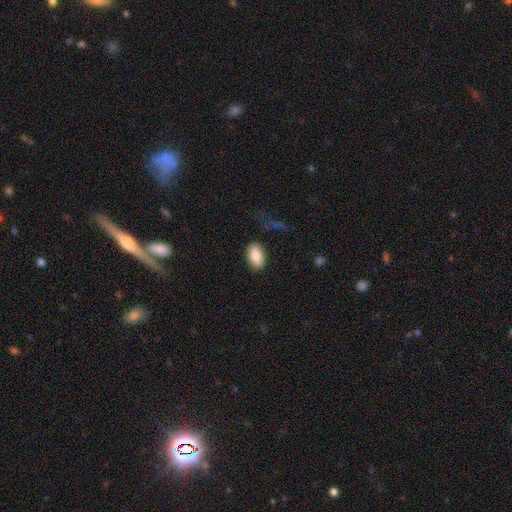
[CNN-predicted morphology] A smooth galaxy with no disk features (80%) that is in between round and cigar-shaped (90%). Merging: none (84%).